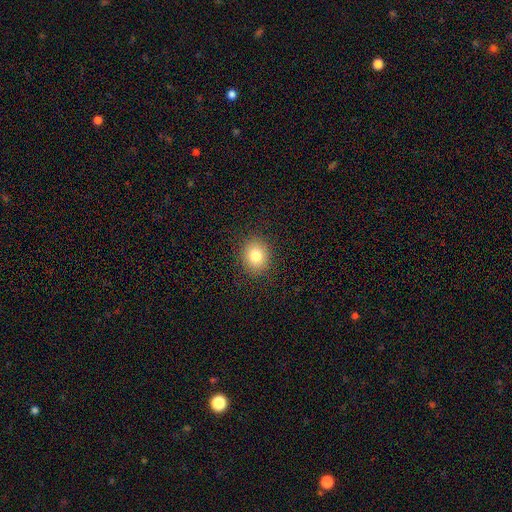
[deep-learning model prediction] Overall: smooth (82%). How rounded: round (67%; in between 32%). Merging: none (89%).